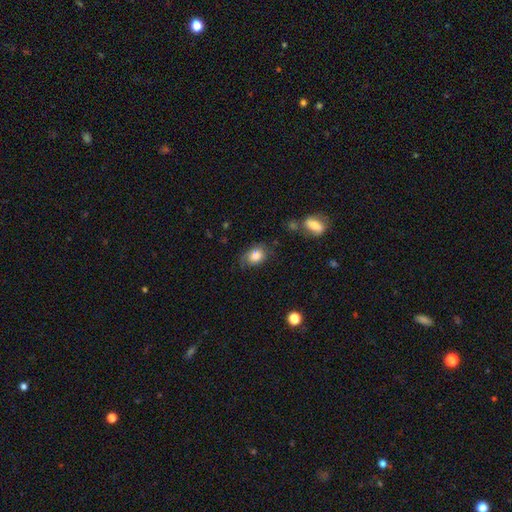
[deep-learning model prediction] This appears to be a smooth galaxy with no disk features (80%) that is in between round and cigar-shaped (68%). Merging: none (62%).